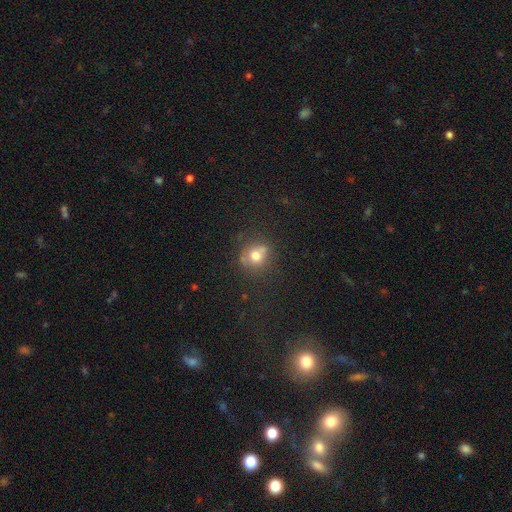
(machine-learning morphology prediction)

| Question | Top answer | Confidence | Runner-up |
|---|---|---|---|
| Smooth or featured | smooth | 68% | featured or disk (16%) |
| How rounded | round | 81% | in between (18%) |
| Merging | none | 57% | minor disturbance (18%) |